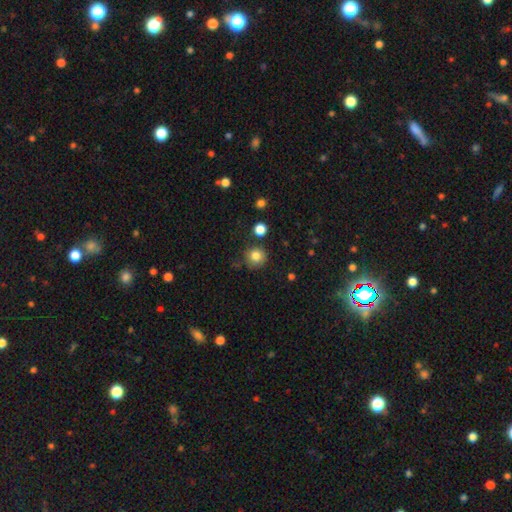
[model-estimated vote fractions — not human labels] A smooth galaxy with no disk features (82%) that is round (92%).

Vote fractions:
- Smooth or featured? smooth: 82% / star or artifact: 11% / featured or disk: 7%
- How rounded? round: 92% / in between: 7% / cigar-shaped: 1%
- Merging? none: 80% / minor disturbance: 12% / merger: 4% / major disturbance: 3%